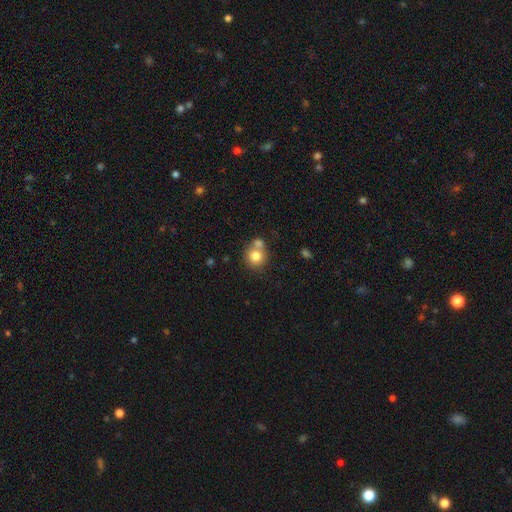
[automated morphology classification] The model was most divided on "merging": none: 48%, merger: 40%, minor disturbance: 8%, major disturbance: 3%. More confident: how rounded — round (87%); smooth or featured — smooth (79%).